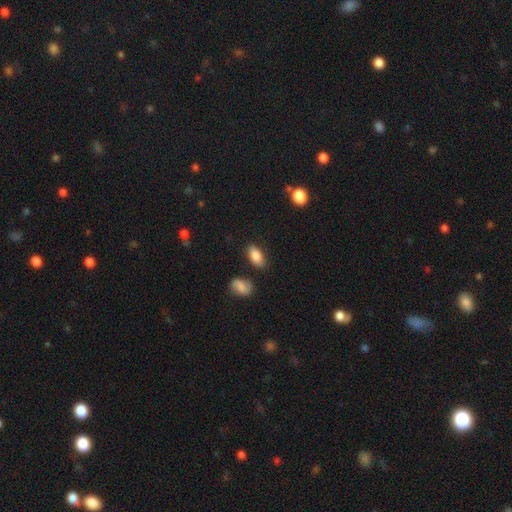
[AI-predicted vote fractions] Morphology: type=smooth (84%); roundness=in between (92%); merging=none (79%).